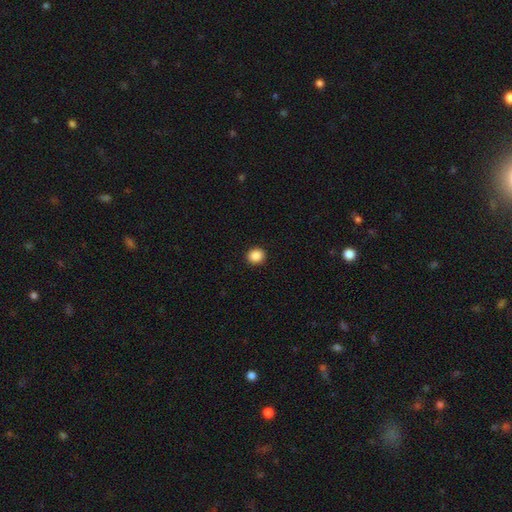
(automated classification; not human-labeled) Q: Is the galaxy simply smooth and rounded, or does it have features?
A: smooth — 88%.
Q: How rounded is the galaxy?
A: round — 83%.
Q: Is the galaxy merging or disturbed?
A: none — 92%.